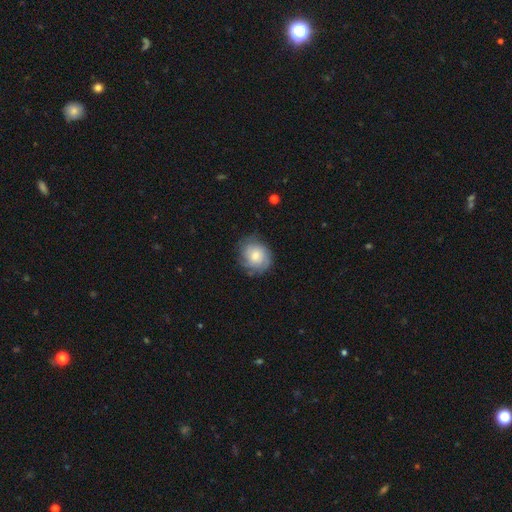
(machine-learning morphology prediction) This is possibly a smooth galaxy (60%). How rounded: likely round (75%). Merging: likely none (70%).